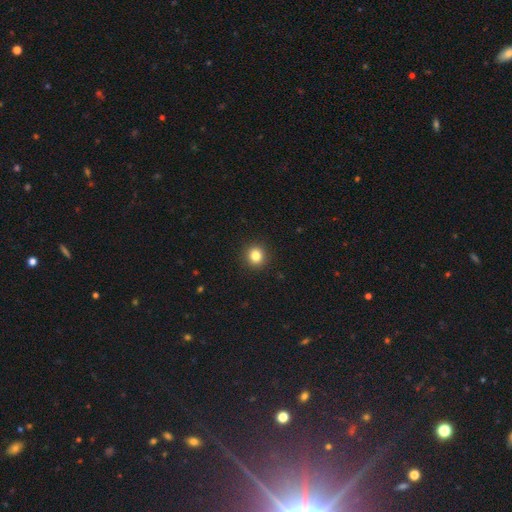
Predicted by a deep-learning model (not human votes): A smooth galaxy with no disk features (83%) that is round (87%). Merging: none (92%).